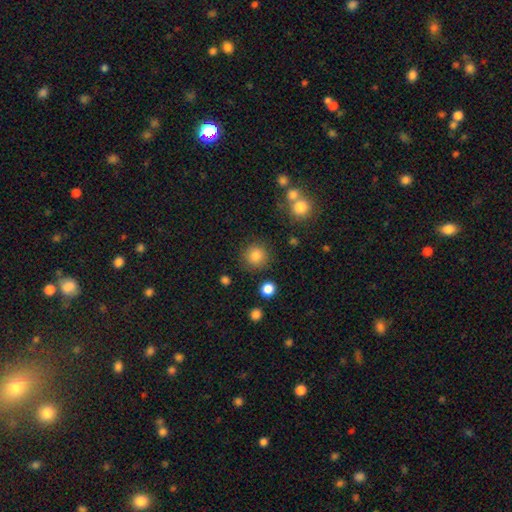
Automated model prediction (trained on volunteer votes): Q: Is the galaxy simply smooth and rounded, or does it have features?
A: smooth — 83%.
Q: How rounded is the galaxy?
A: round — 92%.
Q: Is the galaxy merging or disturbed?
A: none — 87%.